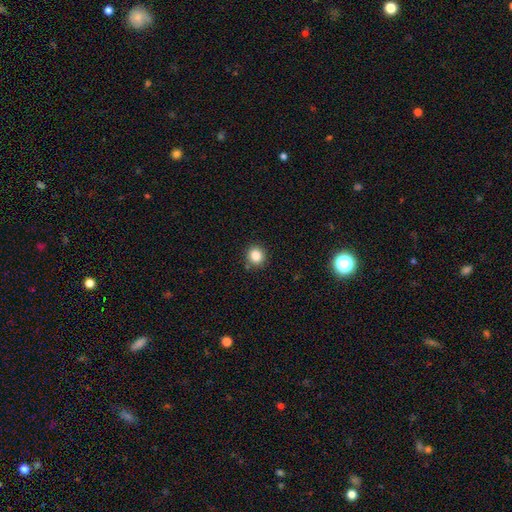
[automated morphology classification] type=smooth (84%); roundness=round (90%); merging=none (87%).